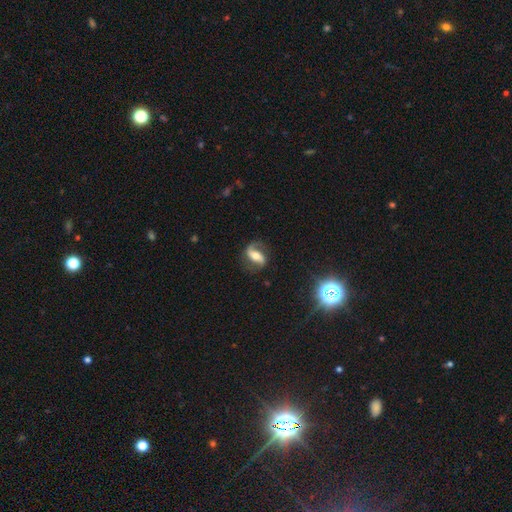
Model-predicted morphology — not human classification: Q: Smooth or featured?
A: featured or disk (76%); runner-up: smooth (17%)
Q: Edge-on disk?
A: no (93%); runner-up: yes (7%)
Q: Bar?
A: strong (48%); runner-up: weak (28%)
Q: Spiral arms?
A: yes (91%); runner-up: no (9%)
Q: Spiral winding?
A: loose (47%); runner-up: medium (38%)
Q: Spiral arm count?
A: 2 (83%); runner-up: 1 (11%)
Q: Bulge size?
A: moderate (62%); runner-up: small (22%)
Q: Merging?
A: none (72%); runner-up: minor disturbance (16%)